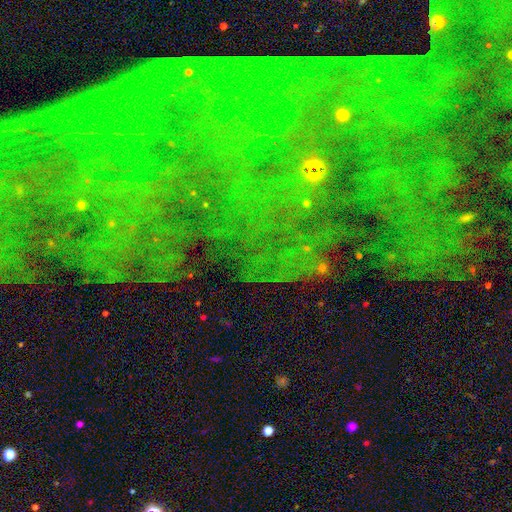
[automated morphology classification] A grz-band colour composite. It shows a star or artifact, not a galaxy (78%).